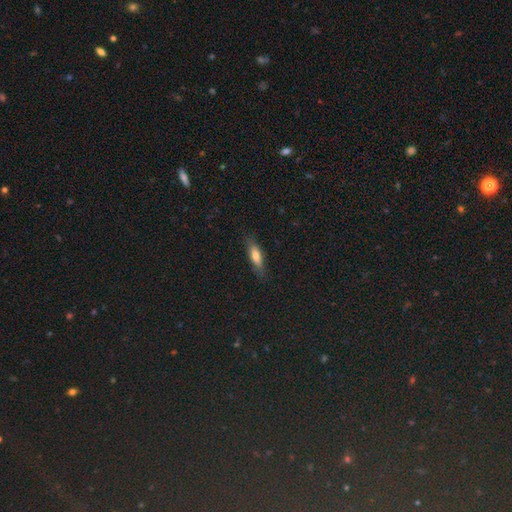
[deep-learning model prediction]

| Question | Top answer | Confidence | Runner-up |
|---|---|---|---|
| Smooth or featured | smooth | 70% | featured or disk (22%) |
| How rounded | cigar-shaped | 56% | in between (42%) |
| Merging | none | 82% | minor disturbance (14%) |